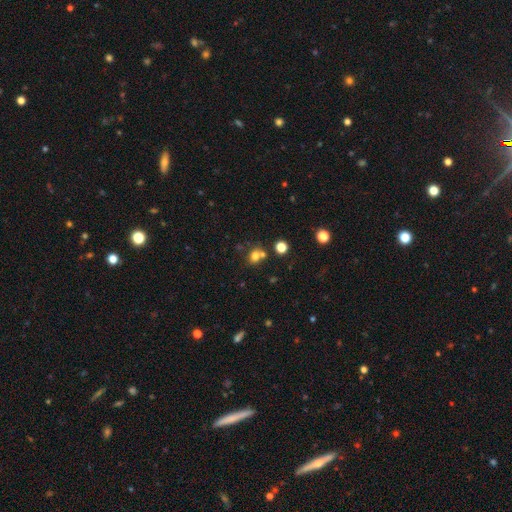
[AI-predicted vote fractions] Q: Smooth or featured?
A: smooth (73%); runner-up: star or artifact (18%)
Q: How rounded?
A: round (67%); runner-up: in between (32%)
Q: Merging?
A: none (56%); runner-up: merger (29%)